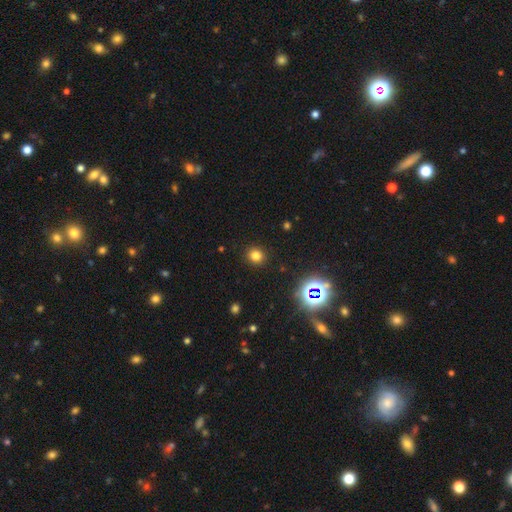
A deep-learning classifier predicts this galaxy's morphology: Smooth or featured?
  - smooth: 77% *
  - star or artifact: 18%
  - featured or disk: 5%
How rounded?
  - round: 85% *
  - in between: 14%
  - cigar-shaped: 1%
Merging?
  - none: 91% *
  - minor disturbance: 6%
  - major disturbance: 2%
  - merger: 1%